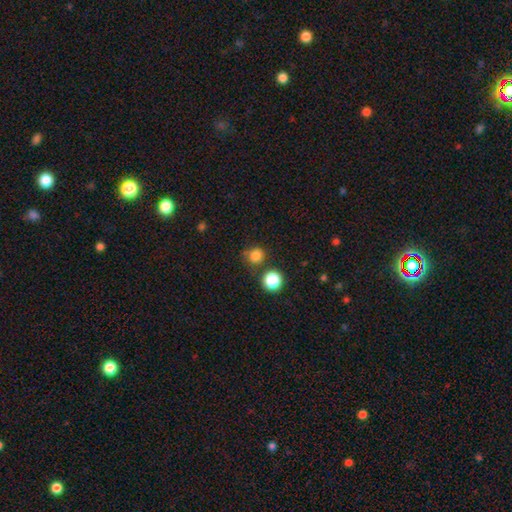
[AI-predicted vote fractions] A smooth galaxy with no disk features (81%) that is round (88%).

Vote fractions:
- Smooth or featured? smooth: 81% / star or artifact: 15% / featured or disk: 5%
- How rounded? round: 88% / in between: 11% / cigar-shaped: 1%
- Merging? none: 71% / minor disturbance: 13% / merger: 12% / major disturbance: 4%